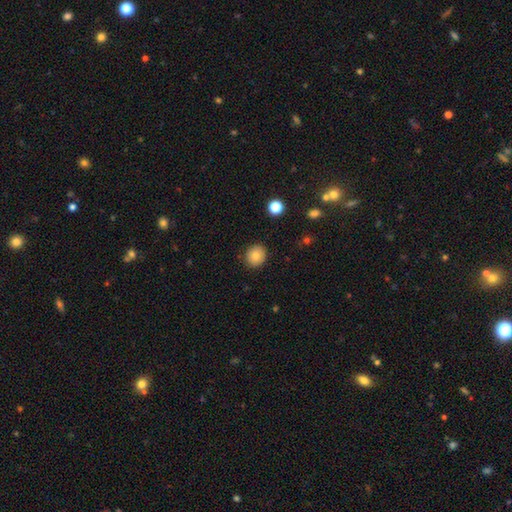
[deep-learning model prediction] This is clearly a smooth galaxy (83%). How rounded: clearly round (82%). Merging: clearly none (90%).